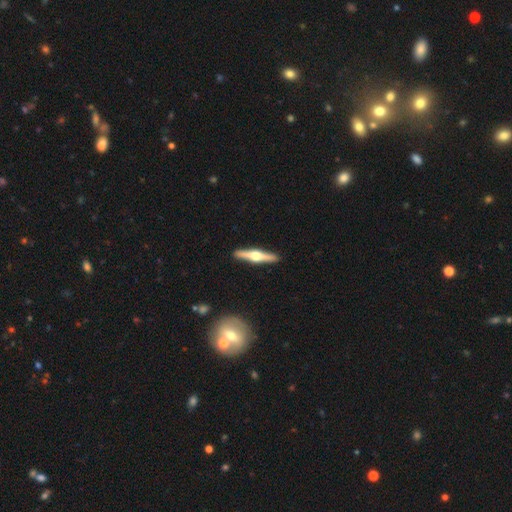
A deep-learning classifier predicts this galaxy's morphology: This is likely a featured or disk galaxy (70%). It is clearly viewed edge-on (97%). Edge-on bulge: clearly rounded (94%). Merging: clearly none (92%).